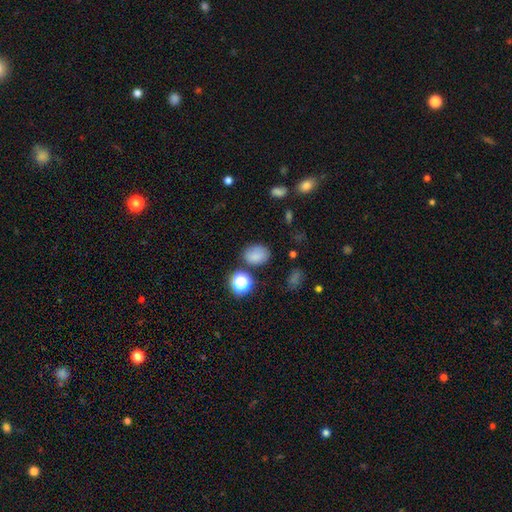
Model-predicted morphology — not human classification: type=smooth (78%); roundness=in between (59%); merging=none (73%).